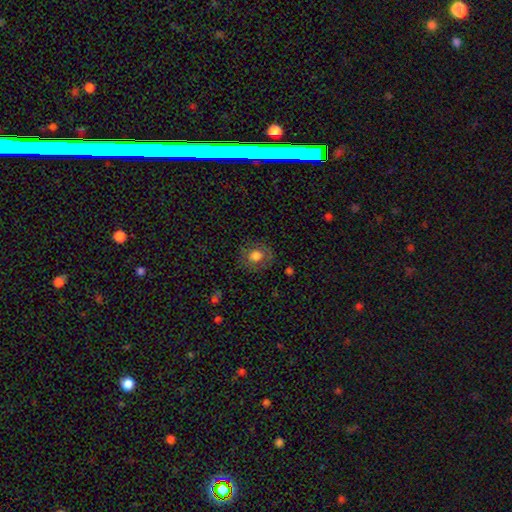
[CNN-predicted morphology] Smooth or featured: smooth — 69% (featured or disk — 21%)
How rounded: round — 74% (in between — 25%)
Merging: none — 78% (minor disturbance — 14%)